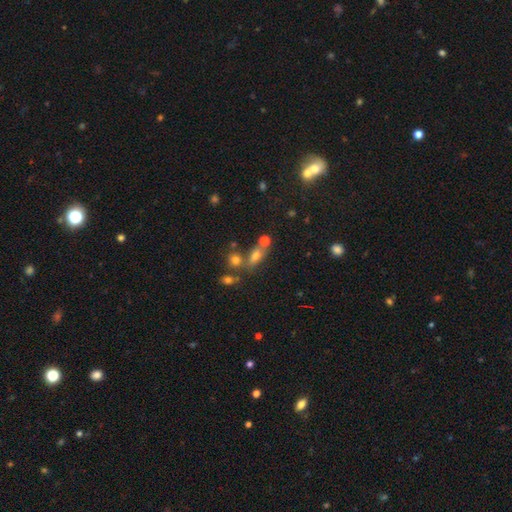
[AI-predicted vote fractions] The model was most divided on "merging": none: 51%, merger: 30%, minor disturbance: 12%, major disturbance: 6%. More confident: how rounded — in between (59%); smooth or featured — smooth (59%).